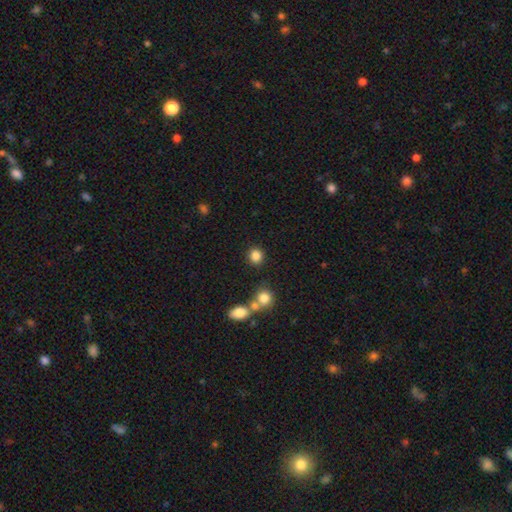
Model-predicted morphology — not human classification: Smooth or featured?
  - smooth: 85% *
  - star or artifact: 11%
  - featured or disk: 4%
How rounded?
  - round: 88% *
  - in between: 11%
  - cigar-shaped: 1%
Merging?
  - none: 85% *
  - minor disturbance: 7%
  - merger: 6%
  - major disturbance: 3%